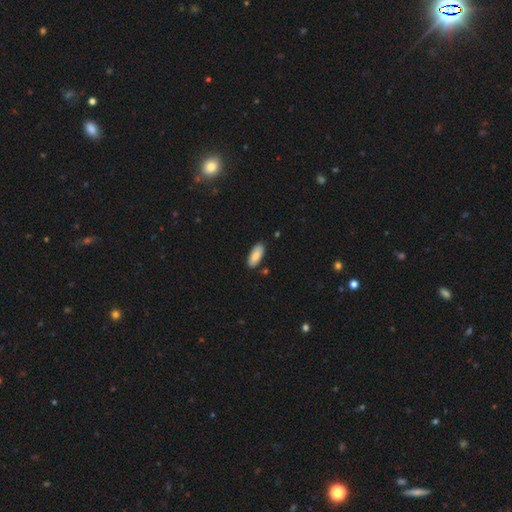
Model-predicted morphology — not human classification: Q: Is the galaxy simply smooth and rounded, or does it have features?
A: smooth — 81%.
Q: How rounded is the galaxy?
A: in between — 85%.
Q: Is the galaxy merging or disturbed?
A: none — 84%.